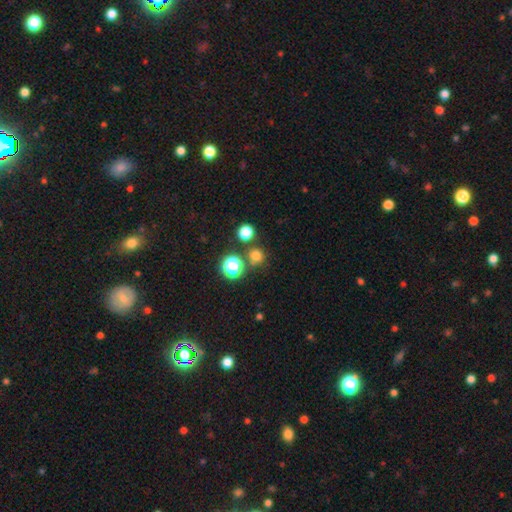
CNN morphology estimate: Smooth or featured?
  - smooth: 72% *
  - star or artifact: 22%
  - featured or disk: 6%
How rounded?
  - round: 91% *
  - in between: 8%
  - cigar-shaped: 1%
Merging?
  - none: 77% *
  - merger: 12%
  - minor disturbance: 8%
  - major disturbance: 3%